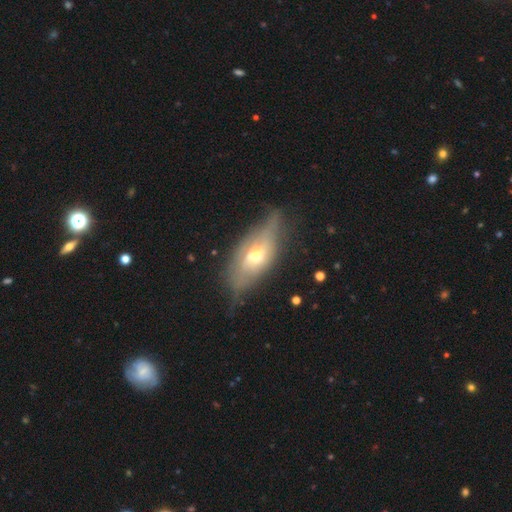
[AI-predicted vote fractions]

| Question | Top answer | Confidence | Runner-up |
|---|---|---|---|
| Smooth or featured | featured or disk | 55% | smooth (37%) |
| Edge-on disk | no | 51% | yes (49%) |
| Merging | none | 57% | minor disturbance (29%) |